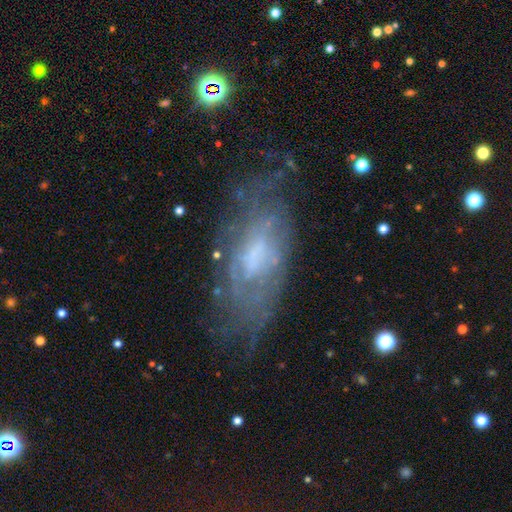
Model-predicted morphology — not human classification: The model was most divided on "bulge size": moderate: 33%, none: 30%, small: 26%, large: 10%, dominant: 2%. More confident: edge-on disk — no (86%); smooth or featured — featured or disk (66%); merging — none (63%); spiral arms — yes (62%); bar — no (58%).